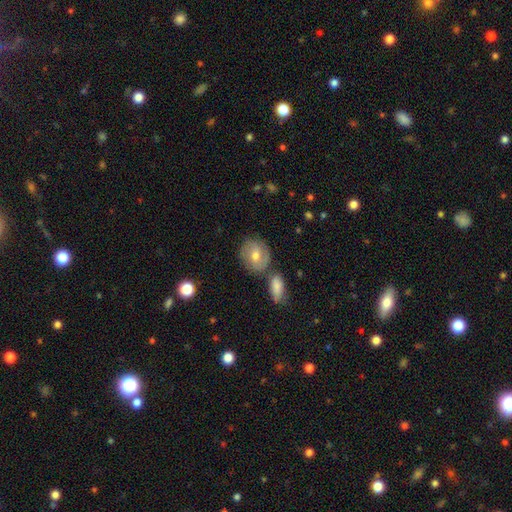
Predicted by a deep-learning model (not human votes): A smooth galaxy with no disk features (50%) that is round (66%). Merging: none (71%).